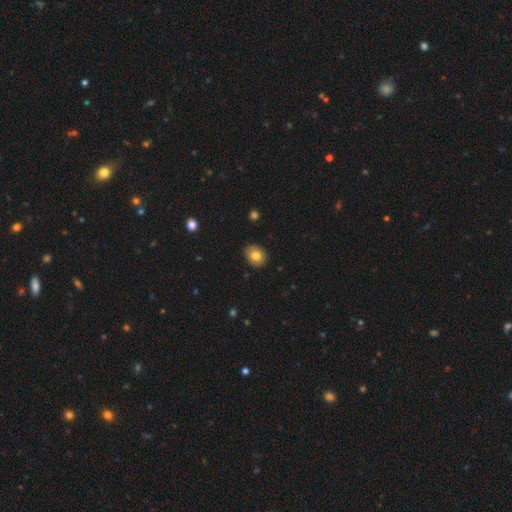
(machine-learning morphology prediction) Overall: smooth (80%). How rounded: round (52%; in between 47%). Merging: none (89%).